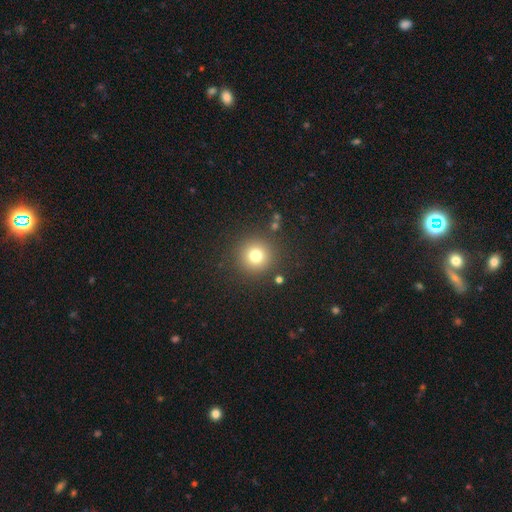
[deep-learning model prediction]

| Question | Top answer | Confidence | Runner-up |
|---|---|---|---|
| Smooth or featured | smooth | 77% | star or artifact (14%) |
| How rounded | round | 95% | in between (4%) |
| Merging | none | 89% | minor disturbance (6%) |